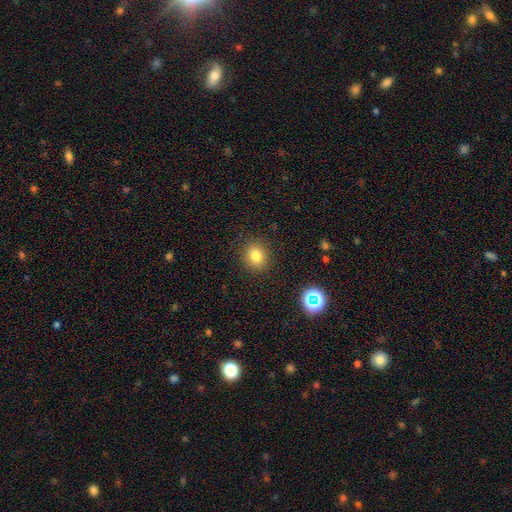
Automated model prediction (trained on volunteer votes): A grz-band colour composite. It shows a smooth galaxy with no disk features (80%) that is round (79%). Merging: none (89%).